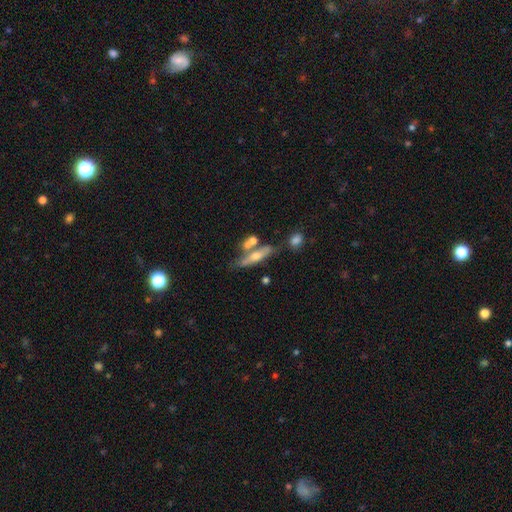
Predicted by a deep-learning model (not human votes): A featured or disk galaxy (48%). Merging: none (49%).